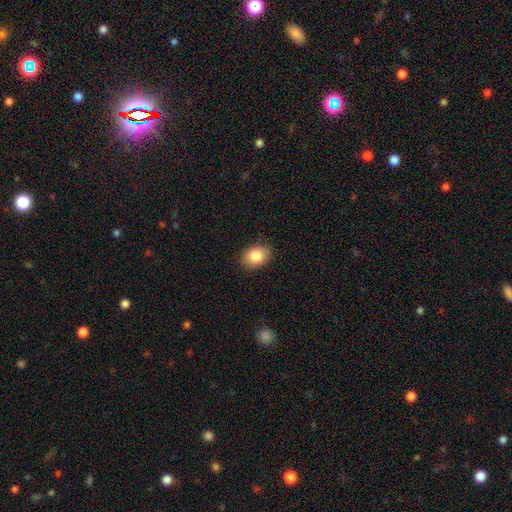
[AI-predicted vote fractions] This appears to be a smooth galaxy with no disk features (84%) that is in between round and cigar-shaped (63%). Merging: none (88%).